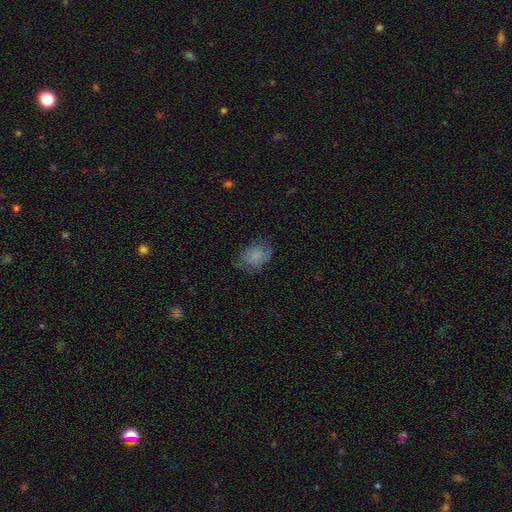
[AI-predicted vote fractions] smooth 78%, featured or disk 13%, star or artifact 9%. Down the decision tree: how rounded — in between (70%); merging — none (63%).